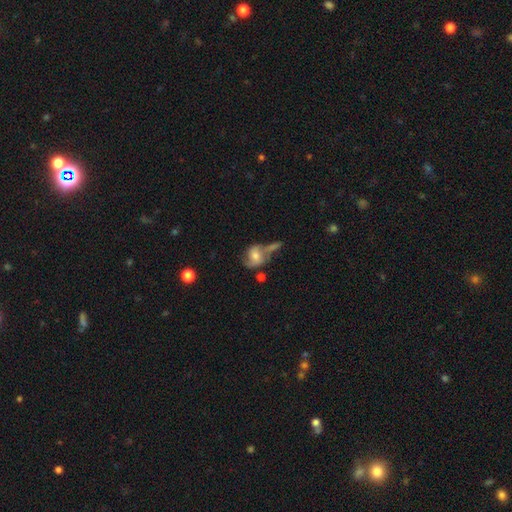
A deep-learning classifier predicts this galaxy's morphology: Smooth or featured: featured or disk — 55% (smooth — 36%)
Edge-on disk: no — 96% (yes — 4%)
Bar: no — 56% (weak — 35%)
Spiral arms: yes — 81% (no — 19%)
Bulge size: moderate — 52% (small — 33%)
Merging: none — 36% (merger — 29%)